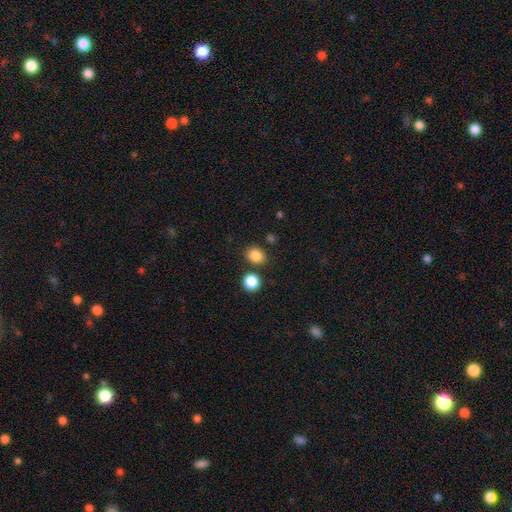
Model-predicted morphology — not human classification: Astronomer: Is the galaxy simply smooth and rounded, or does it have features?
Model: smooth — 84%.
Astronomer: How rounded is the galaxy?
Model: round — 67%.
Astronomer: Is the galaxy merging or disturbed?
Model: none — 79%.